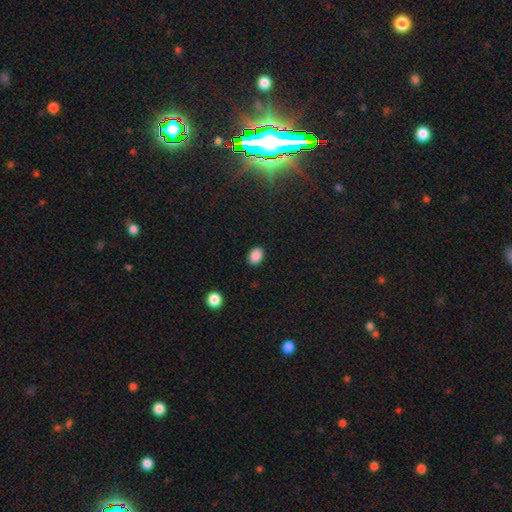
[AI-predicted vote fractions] Overall: smooth (88%). How rounded: in between (74%). Merging: none (89%).